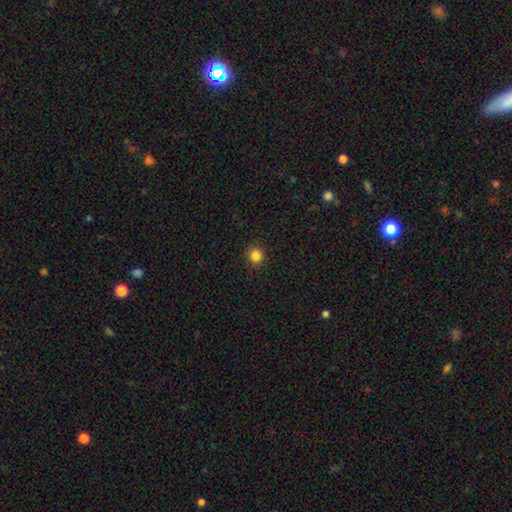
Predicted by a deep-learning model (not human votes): smooth 84%, star or artifact 12%, featured or disk 4%. Down the decision tree: how rounded — round (92%); merging — none (92%).